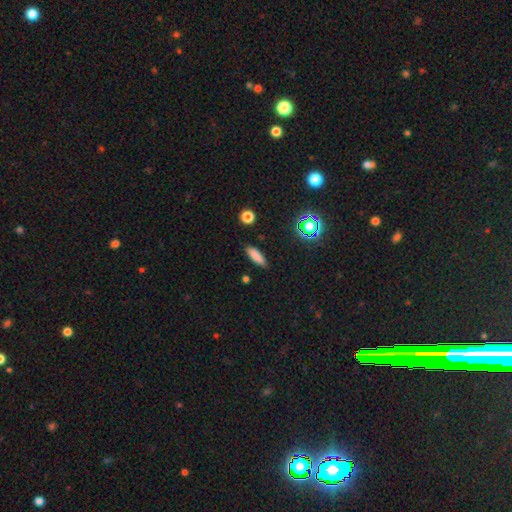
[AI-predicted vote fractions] Smooth or featured: smooth — 81% (star or artifact — 11%)
How rounded: cigar-shaped — 56% (in between — 42%)
Merging: none — 86% (minor disturbance — 10%)